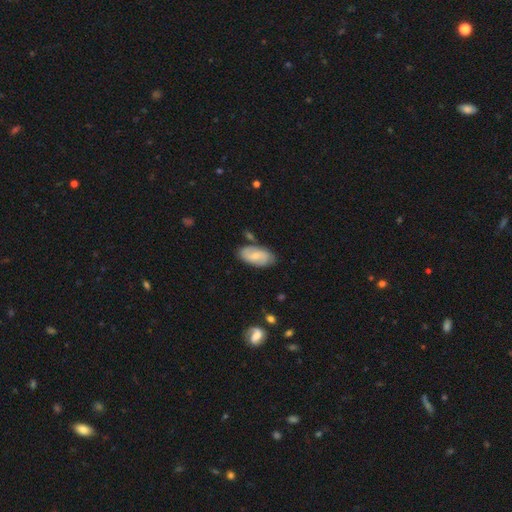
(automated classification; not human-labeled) This appears to be a smooth galaxy with no disk features (52%) that is in between round and cigar-shaped (92%). Merging: none (75%).